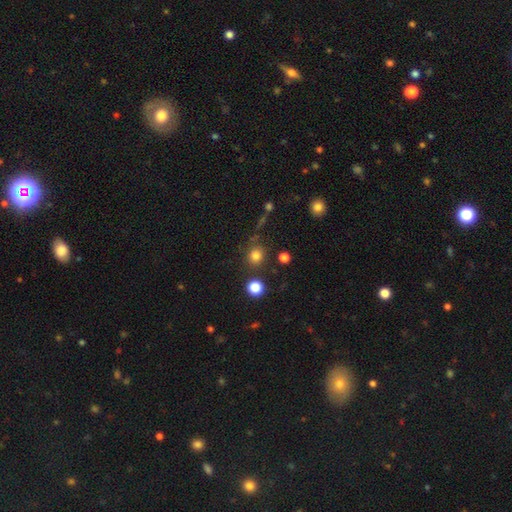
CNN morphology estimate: A smooth galaxy with no disk features (80%) that is round (85%). Merging: none (79%).